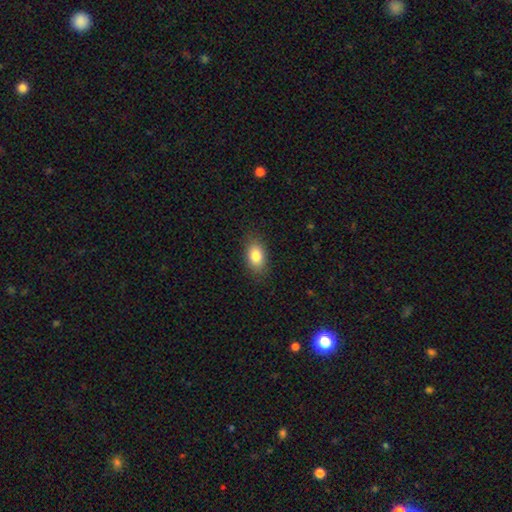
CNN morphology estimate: A smooth galaxy with no disk features (83%) that is in between round and cigar-shaped (87%).

Vote fractions:
- Smooth or featured? smooth: 83% / featured or disk: 9% / star or artifact: 8%
- How rounded? in between: 87% / round: 11% / cigar-shaped: 2%
- Merging? none: 86% / minor disturbance: 11% / major disturbance: 3% / merger: 1%